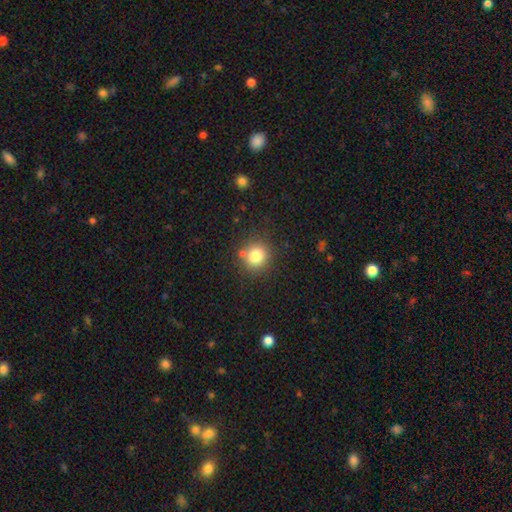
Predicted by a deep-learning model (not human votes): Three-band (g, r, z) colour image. It shows a smooth galaxy with no disk features (80%) that is round (87%). Merging: none (80%).